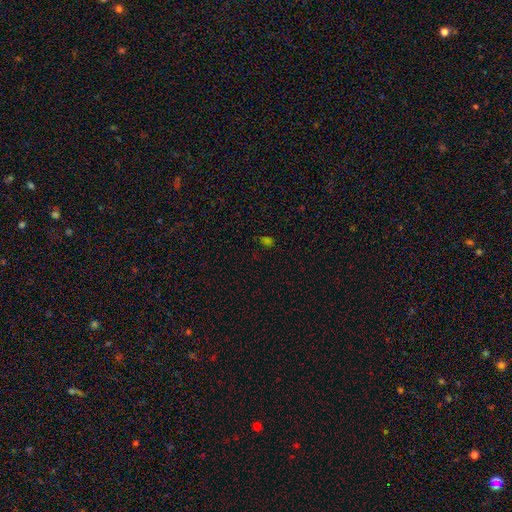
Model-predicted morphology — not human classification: Smooth or featured? Predicted: smooth (p=0.50). Merging? Predicted: none (p=0.77).